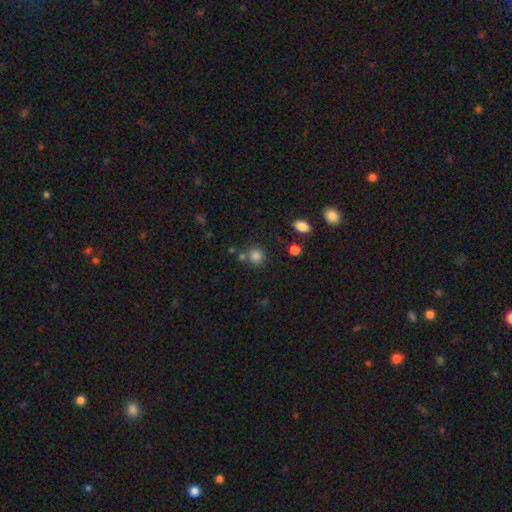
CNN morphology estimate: smooth 83%, star or artifact 12%, featured or disk 5%. Down the decision tree: how rounded — round (83%); merging — none (71%).